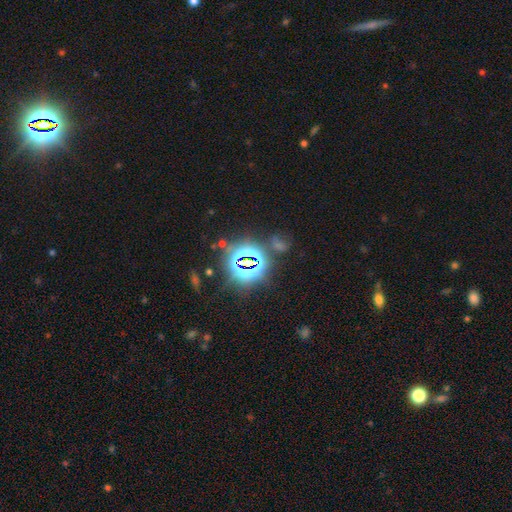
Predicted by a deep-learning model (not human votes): Smooth or featured: star or artifact — 82% (smooth — 11%)